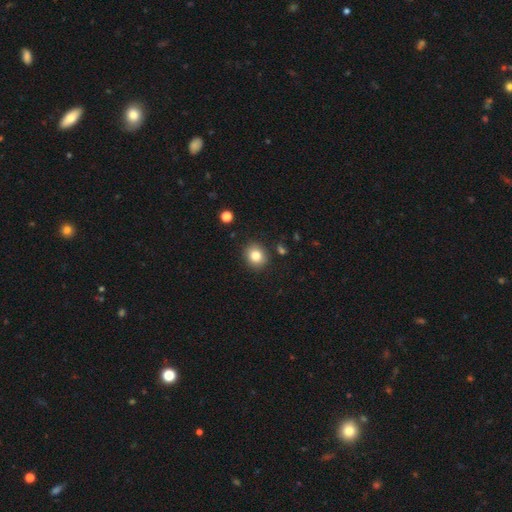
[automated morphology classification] This is clearly a smooth galaxy (83%). How rounded: likely round (74%). Merging: clearly none (88%).